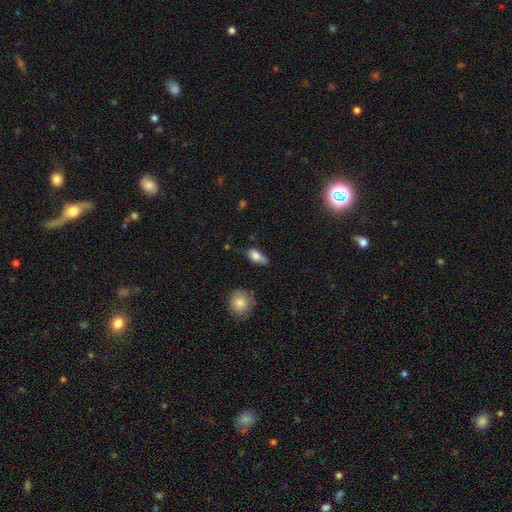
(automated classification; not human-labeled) Morphology: type=smooth (79%); roundness=in between (82%); merging=none (55%).